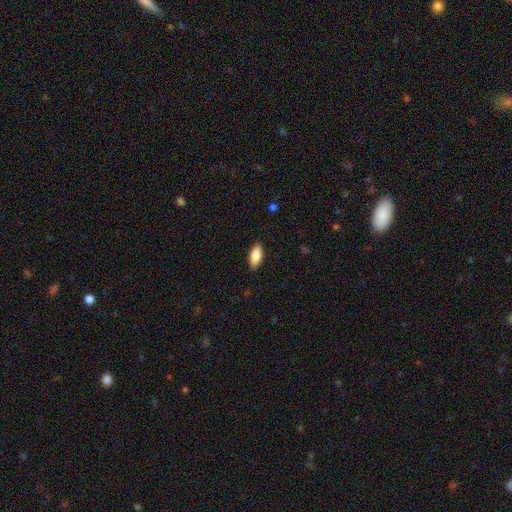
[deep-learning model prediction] A smooth galaxy with no disk features (87%) that is in between round and cigar-shaped (86%).

Vote fractions:
- Smooth or featured? smooth: 87% / featured or disk: 7% / star or artifact: 6%
- How rounded? in between: 86% / cigar-shaped: 12% / round: 2%
- Merging? none: 87% / minor disturbance: 10% / major disturbance: 2% / merger: 1%